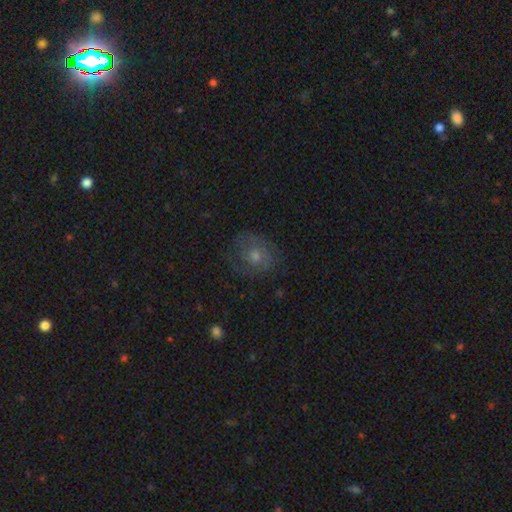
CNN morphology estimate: Q: Smooth or featured?
A: featured or disk (51%); runner-up: smooth (33%)
Q: Edge-on disk?
A: no (97%); runner-up: yes (3%)
Q: Merging?
A: none (73%); runner-up: minor disturbance (17%)